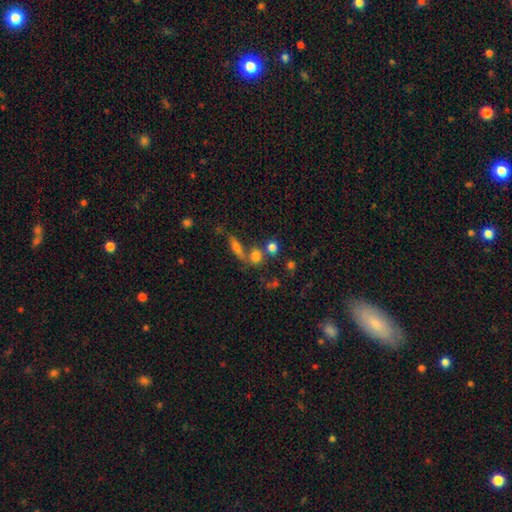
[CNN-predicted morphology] smooth_or_featured: smooth (p=0.71) [alt: featured or disk p=0.15]
how_rounded: round (p=0.61) [alt: in between p=0.29]
merging: none (p=0.54) [alt: merger p=0.30]